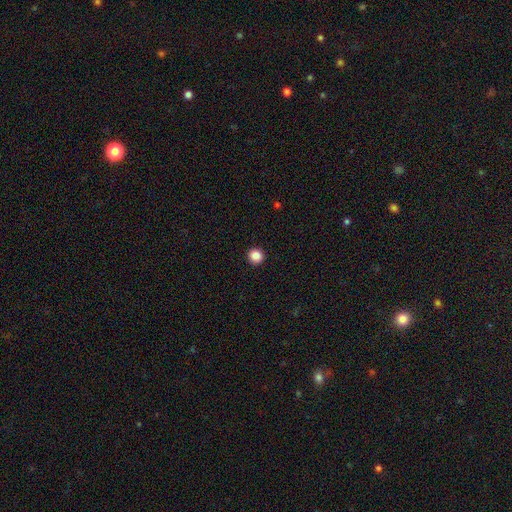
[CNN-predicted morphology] smooth_or_featured: smooth (p=0.88) [alt: star or artifact p=0.10]
how_rounded: round (p=0.95) [alt: in between p=0.04]
merging: none (p=0.94) [alt: minor disturbance p=0.04]